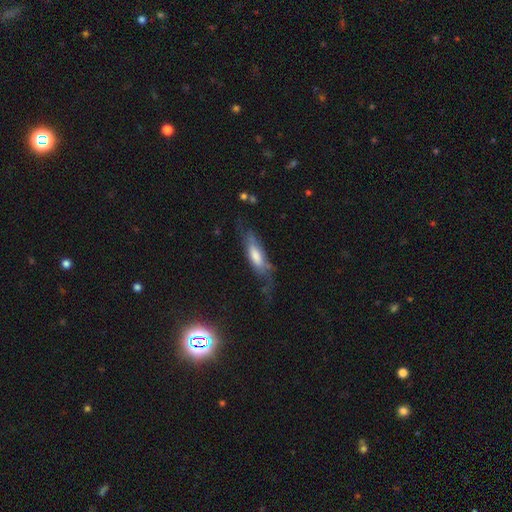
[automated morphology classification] Q: Smooth or featured?
A: featured or disk (47%); runner-up: smooth (46%)
Q: Merging?
A: none (46%); runner-up: minor disturbance (27%)